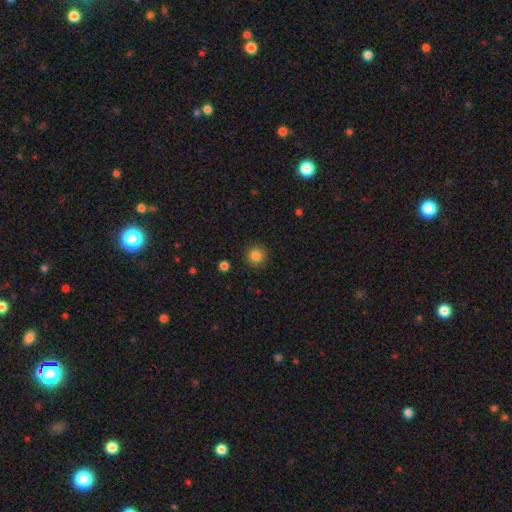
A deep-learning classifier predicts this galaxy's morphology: Smooth or featured? Predicted: smooth (p=0.84). How rounded? Predicted: round (p=0.95). Merging? Predicted: none (p=0.91).